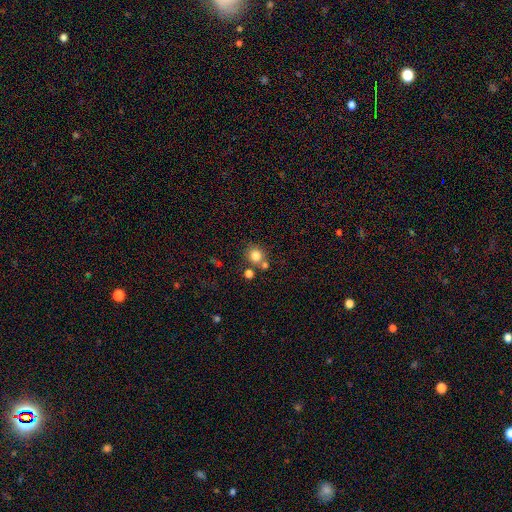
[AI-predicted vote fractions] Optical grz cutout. It shows a smooth galaxy with no disk features (81%) that is round (85%). Merging: none (66%).